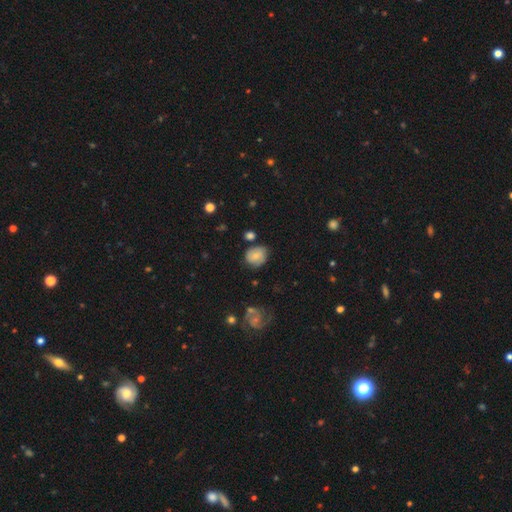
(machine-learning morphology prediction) A smooth galaxy with no disk features (63%) that is round (73%).

Vote fractions:
- Smooth or featured? smooth: 63% / featured or disk: 28% / star or artifact: 9%
- How rounded? round: 73% / in between: 26% / cigar-shaped: 1%
- Merging? none: 65% / minor disturbance: 24% / major disturbance: 6% / merger: 5%